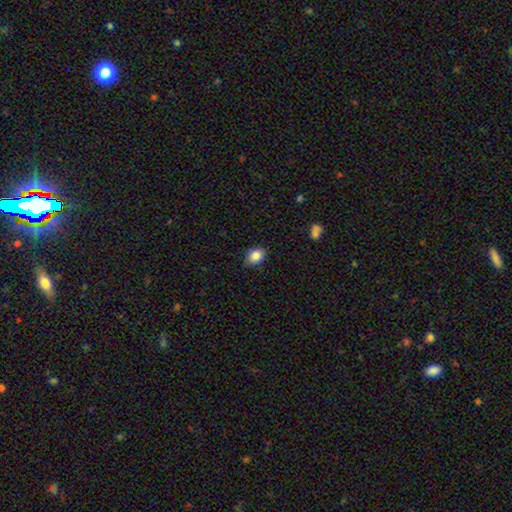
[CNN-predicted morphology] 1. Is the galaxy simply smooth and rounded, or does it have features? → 85% smooth, 9% star or artifact, 5% featured or disk.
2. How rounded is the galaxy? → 58% in between, 41% round, 1% cigar-shaped.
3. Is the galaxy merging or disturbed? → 82% none, 14% minor disturbance, 2% major disturbance, 1% merger.